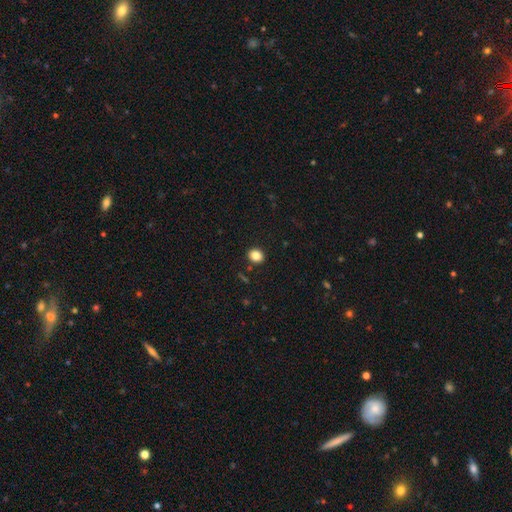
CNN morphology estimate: A smooth galaxy with no disk features (85%) that is round (61%).

Vote fractions:
- Smooth or featured? smooth: 85% / star or artifact: 10% / featured or disk: 5%
- How rounded? round: 61% / in between: 38% / cigar-shaped: 1%
- Merging? none: 90% / minor disturbance: 6% / major disturbance: 2% / merger: 2%